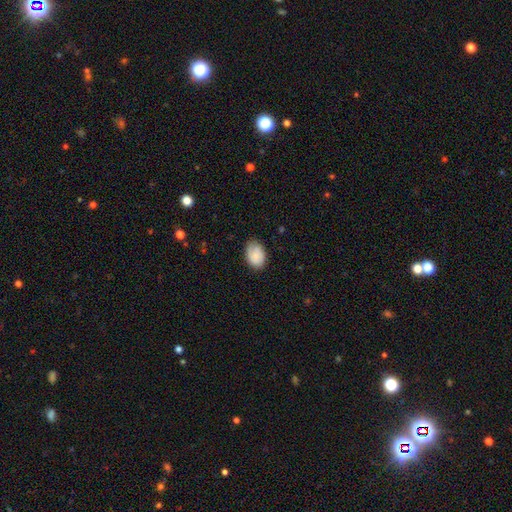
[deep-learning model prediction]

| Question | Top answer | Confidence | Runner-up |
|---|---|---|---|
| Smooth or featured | smooth | 79% | featured or disk (14%) |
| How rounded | in between | 83% | round (16%) |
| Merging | none | 75% | minor disturbance (20%) |